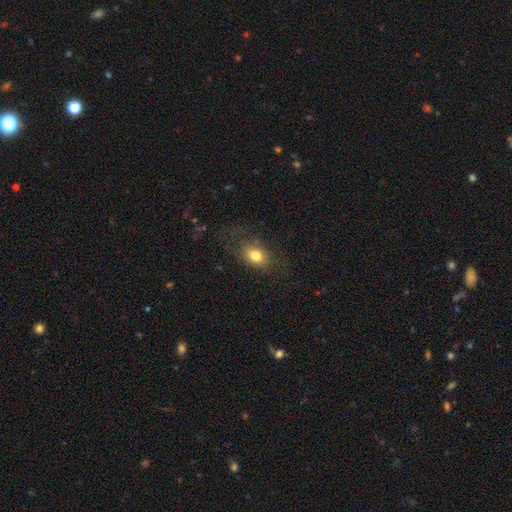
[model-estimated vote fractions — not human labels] This is likely a smooth galaxy (78%). How rounded: likely in between (73%). Merging: likely none (70%).